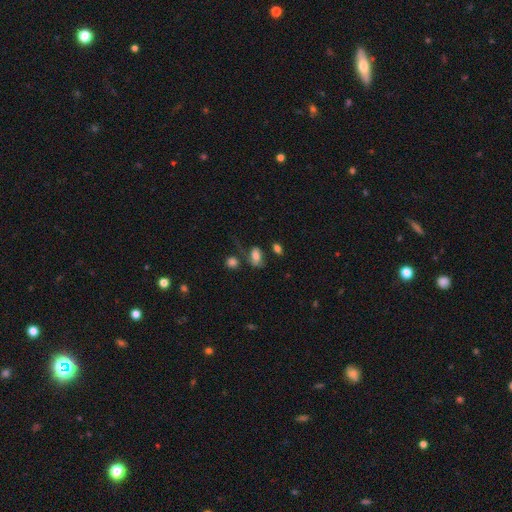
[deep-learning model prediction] Morphology: type=smooth (71%); roundness=in between (88%); merging=none (41%).